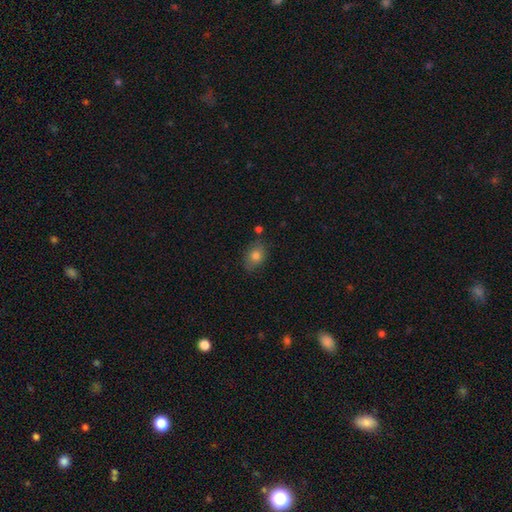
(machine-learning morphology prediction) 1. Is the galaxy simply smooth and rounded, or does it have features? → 80% smooth, 11% featured or disk, 9% star or artifact.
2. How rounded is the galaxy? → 73% in between, 26% round, 1% cigar-shaped.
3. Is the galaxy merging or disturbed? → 77% none, 16% minor disturbance, 4% merger, 3% major disturbance.